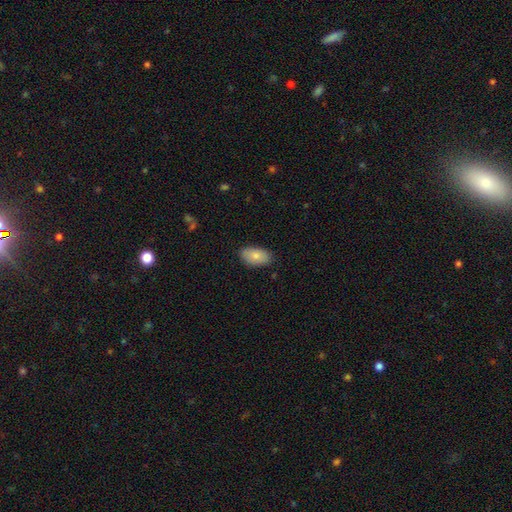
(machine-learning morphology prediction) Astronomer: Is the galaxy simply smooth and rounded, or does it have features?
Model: smooth — 83%.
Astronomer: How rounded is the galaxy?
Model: in between — 93%.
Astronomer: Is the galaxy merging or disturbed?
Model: none — 85%.